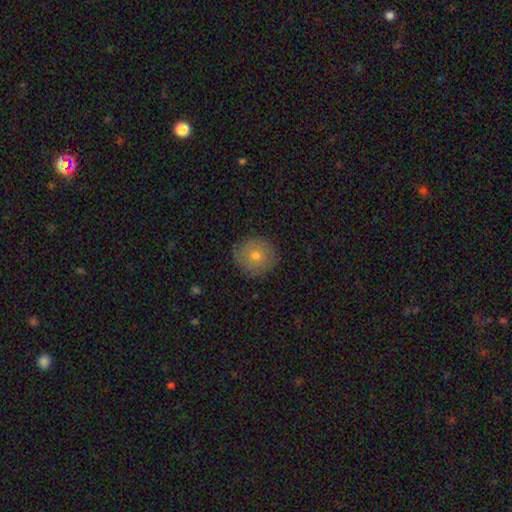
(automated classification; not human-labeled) Smooth or featured? smooth (66%)
How rounded? round (93%)
Merging? none (87%)